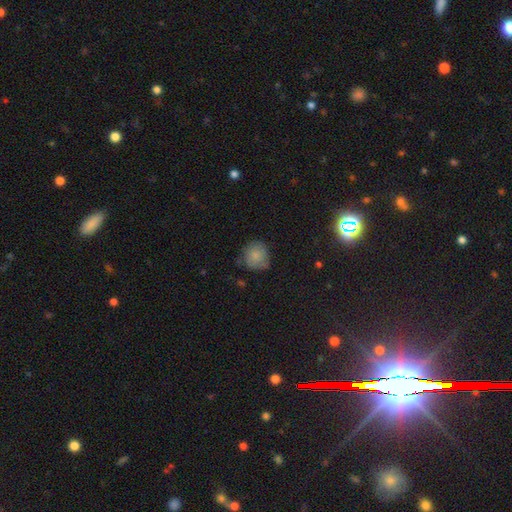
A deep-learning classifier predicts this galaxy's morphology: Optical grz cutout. It shows a smooth galaxy with no disk features (83%) that is round (85%). Merging: none (65%).